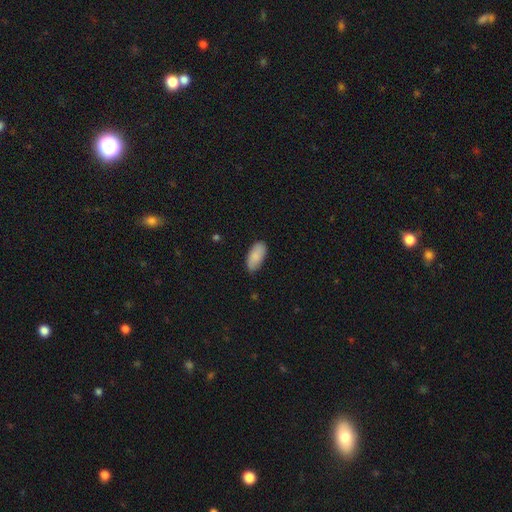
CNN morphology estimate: This appears to be a smooth galaxy with no disk features (85%) that is in between round and cigar-shaped (92%). Merging: none (78%).